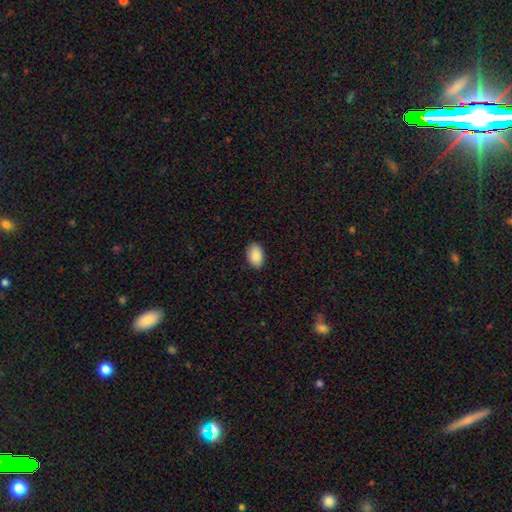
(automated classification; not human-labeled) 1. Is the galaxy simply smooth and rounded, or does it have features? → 90% smooth, 7% star or artifact, 3% featured or disk.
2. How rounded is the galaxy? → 90% in between, 9% round, 1% cigar-shaped.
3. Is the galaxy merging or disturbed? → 88% none, 9% minor disturbance, 2% major disturbance, 1% merger.